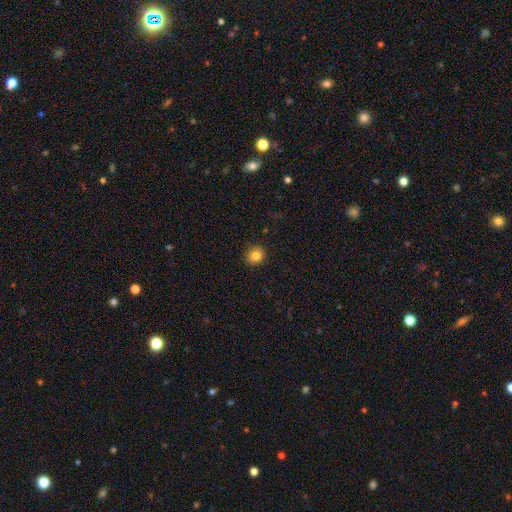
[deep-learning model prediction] Morphology: type=smooth (83%); roundness=round (86%); merging=none (91%).